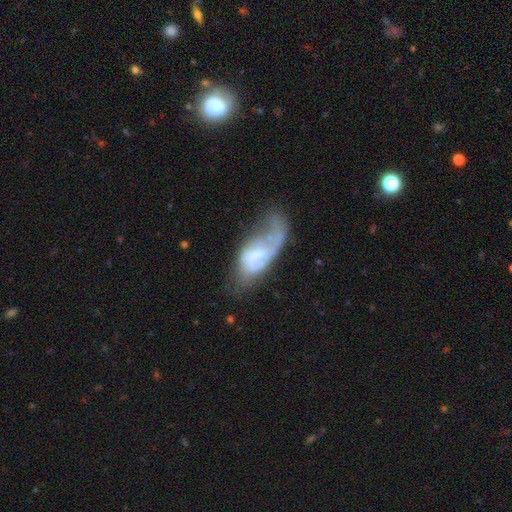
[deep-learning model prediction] smooth_or_featured: featured or disk (p=0.60) [alt: smooth p=0.31]
disk_edge_on: no (p=0.92) [alt: yes p=0.08]
bar: weak (p=0.41) [alt: no p=0.40]
has_spiral_arms: yes (p=0.61) [alt: no p=0.39]
bulge_size: small (p=0.35) [alt: none p=0.29]
merging: major disturbance (p=0.45) [alt: none p=0.25]